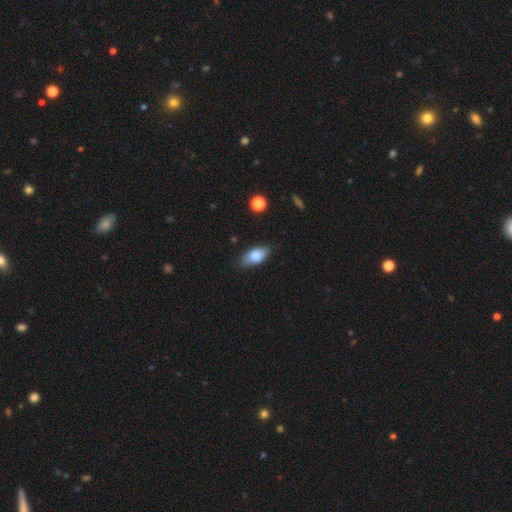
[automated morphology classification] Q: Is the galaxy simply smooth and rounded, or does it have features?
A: smooth — 82%.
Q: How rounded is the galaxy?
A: in between — 88%.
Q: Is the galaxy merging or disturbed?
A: none — 80%.